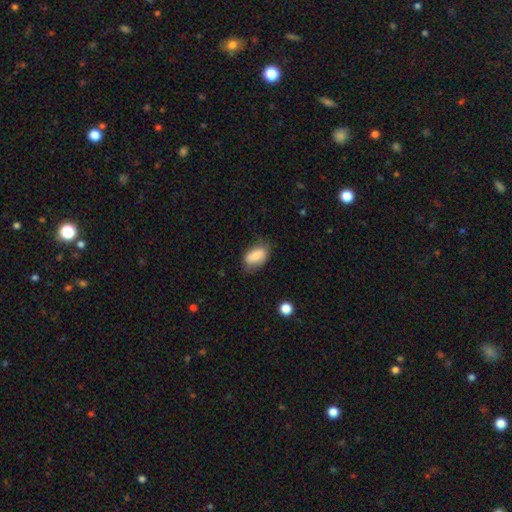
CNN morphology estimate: This is clearly a smooth galaxy (81%). How rounded: clearly in between (90%). Merging: likely none (69%).